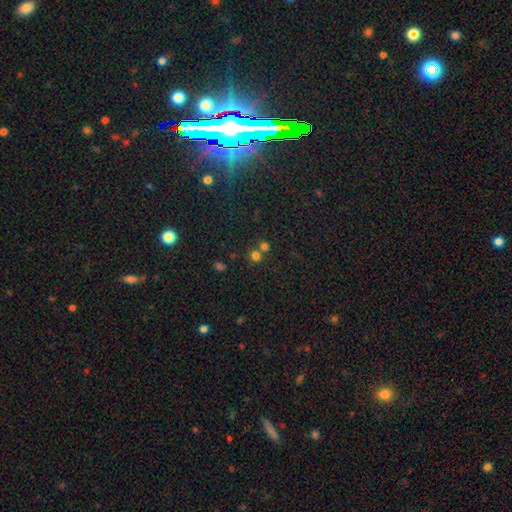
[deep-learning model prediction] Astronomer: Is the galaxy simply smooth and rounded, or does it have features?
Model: smooth — 71%.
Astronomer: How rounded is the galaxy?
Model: round — 87%.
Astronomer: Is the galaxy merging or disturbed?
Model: none — 55% (runner-up: merger, 36%).